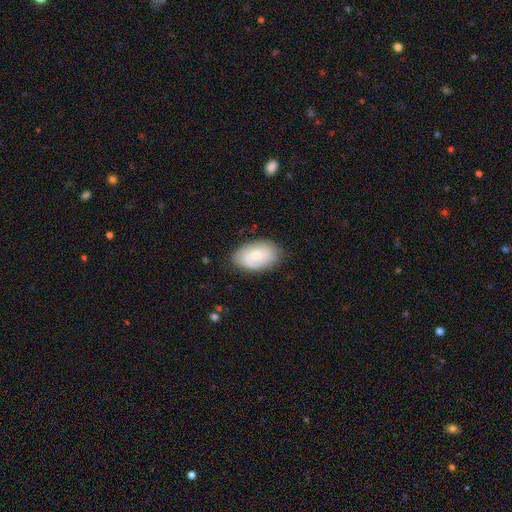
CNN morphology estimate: type=featured or disk (60%); edge-on=no (95%); bar=no (66%); spiral arms=yes (86%); bulge=moderate (50%); merging=none (81%).